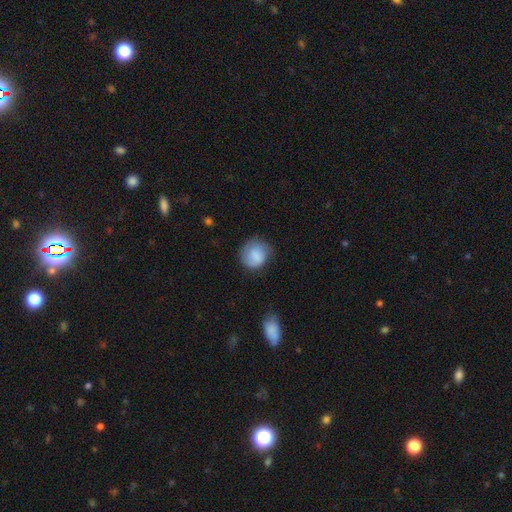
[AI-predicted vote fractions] A smooth galaxy with no disk features (73%) that is round (82%). Merging: none (64%).